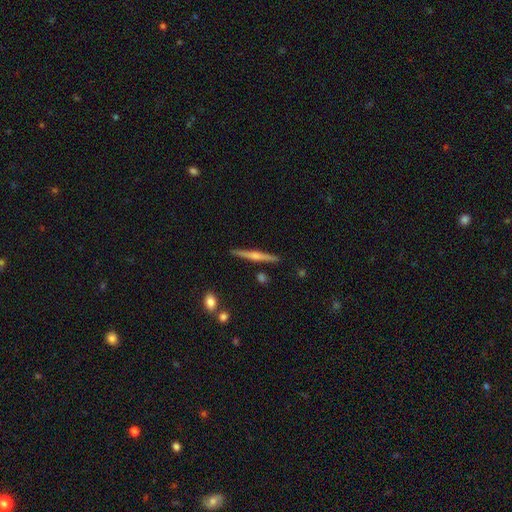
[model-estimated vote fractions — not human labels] featured or disk 66%, smooth 28%, star or artifact 6%. Down the decision tree: edge-on disk — yes (98%); edge-on bulge — rounded (76%); merging — none (90%).